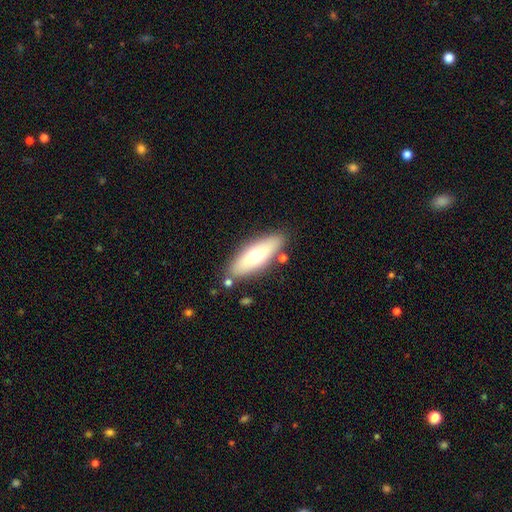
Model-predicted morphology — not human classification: smooth-or-featured: smooth: 63% | featured or disk: 30% | star or artifact: 7%
  how-rounded: in between: 62% | cigar-shaped: 36% | round: 2%
  merging: none: 82% | minor disturbance: 12% | merger: 4% | major disturbance: 2%